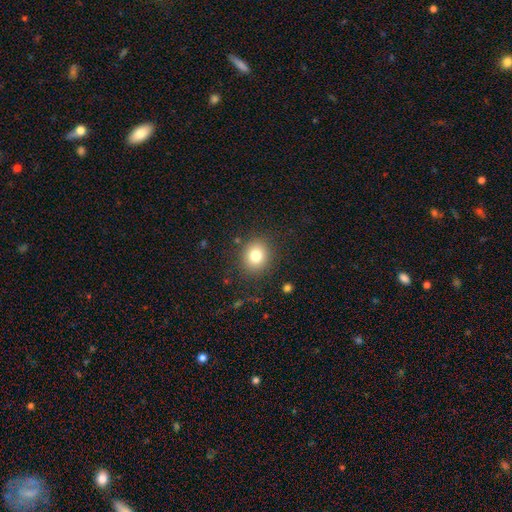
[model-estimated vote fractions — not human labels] A smooth galaxy with no disk features (79%) that is round (77%). Merging: none (87%).